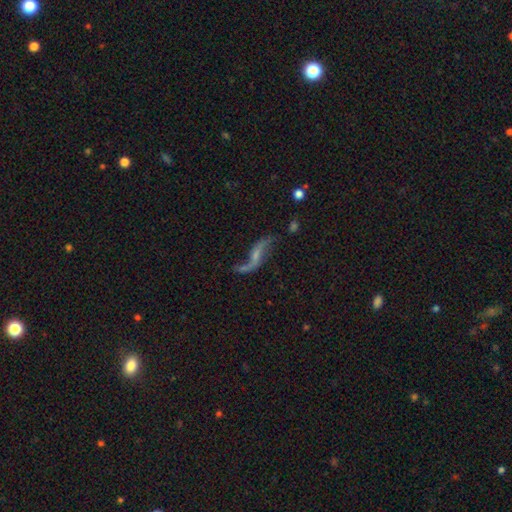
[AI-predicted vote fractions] A featured or disk galaxy (81%) with no bar (45%), 2 (88%) loose (93%) spiral arms (90%) and a small central bulge (54%). Merging: none (57%).